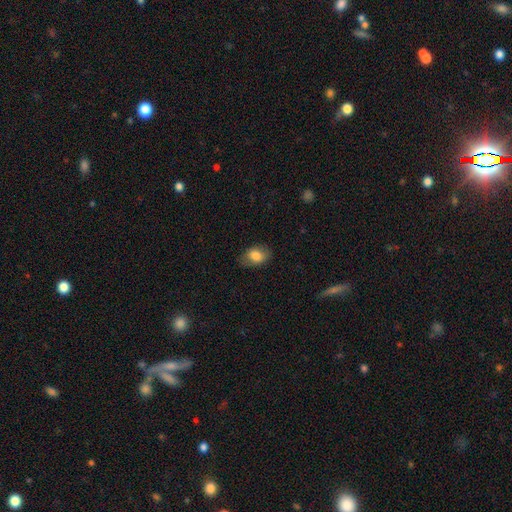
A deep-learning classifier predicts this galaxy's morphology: This appears to be a smooth galaxy with no disk features (79%) that is in between round and cigar-shaped (82%). Merging: none (77%).